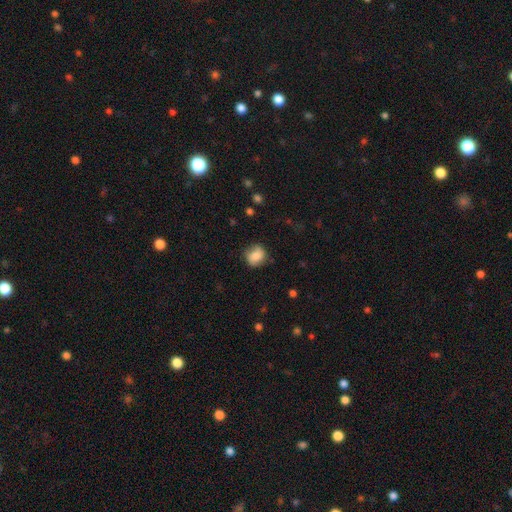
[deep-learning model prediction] Smooth or featured? smooth (72%)
How rounded? round (77%)
Merging? none (75%)